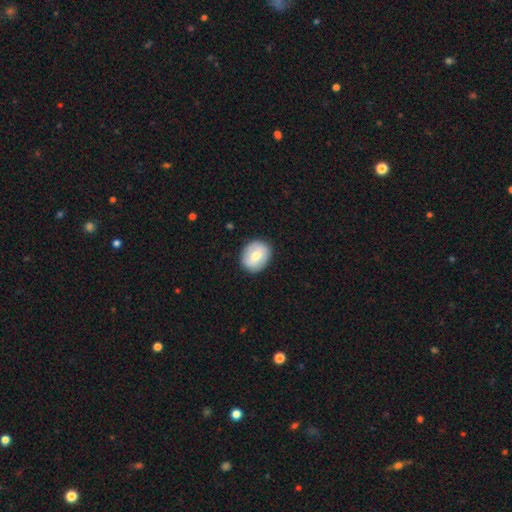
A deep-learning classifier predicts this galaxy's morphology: smooth 65%, featured or disk 28%, star or artifact 7%. Down the decision tree: how rounded — round (68%); merging — none (87%).